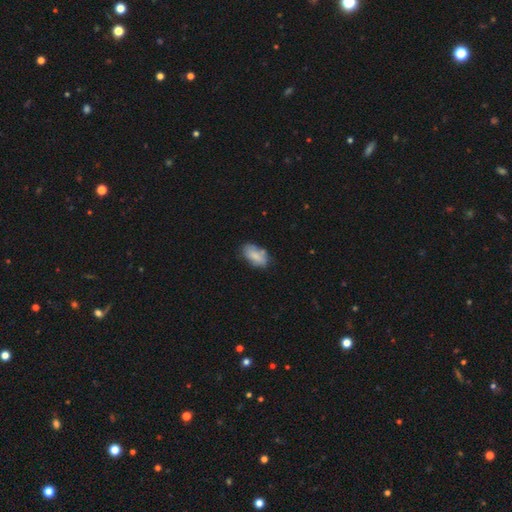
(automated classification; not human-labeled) The model was most divided on "merging": none: 66%, minor disturbance: 24%, major disturbance: 5%, merger: 5%. More confident: how rounded — in between (93%); smooth or featured — smooth (78%).